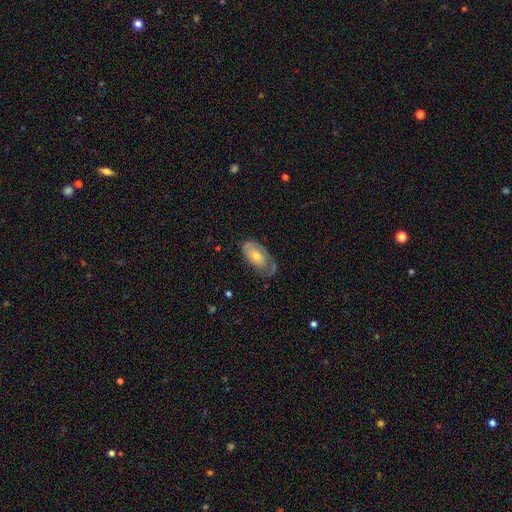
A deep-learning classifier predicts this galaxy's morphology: This is possibly a featured or disk galaxy (54%). It is clearly not viewed edge-on (90%). Merging: possibly none (54%).